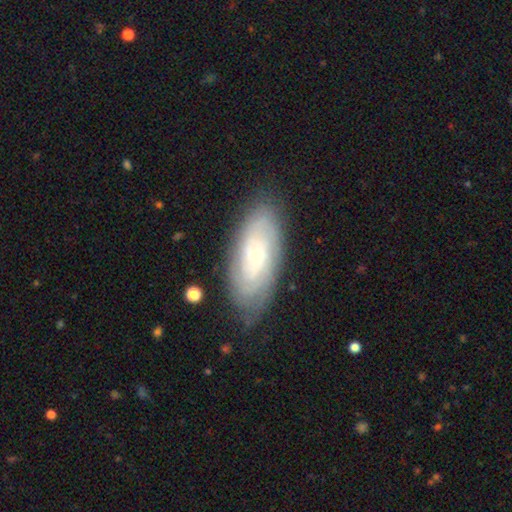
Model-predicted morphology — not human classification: A featured or disk galaxy (67%) with no bar (72%), tight (71%) spiral arms (90%) and a small central bulge (69%).

Vote fractions:
- Smooth or featured? featured or disk: 67% / smooth: 26% / star or artifact: 7%
- Edge-on disk? no: 91% / yes: 9%
- Bar? no: 72% / weak: 23% / strong: 4%
- Spiral arms? yes: 90% / no: 10%
- Spiral winding? tight: 71% / medium: 23% / loose: 6%
- Spiral arm count? can't tell: 52% / 2: 20% / 3: 11% / 4: 8% / more than 4: 4% / 1: 4%
- Bulge size? small: 69% / moderate: 24% / none: 3% / large: 3% / dominant: 1%
- Merging? none: 76% / minor disturbance: 17% / major disturbance: 5% / merger: 2%